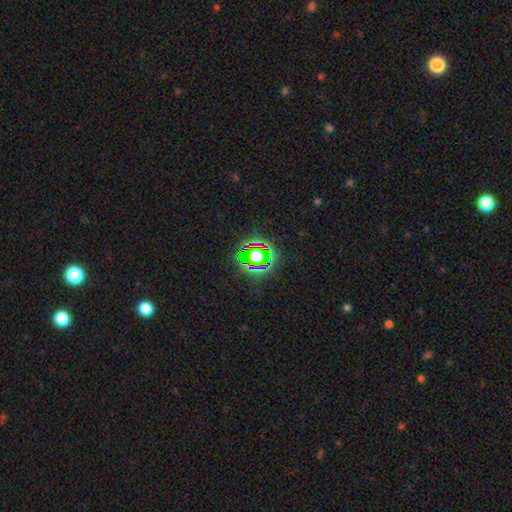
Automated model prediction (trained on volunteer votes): Overall: star or artifact (63%).